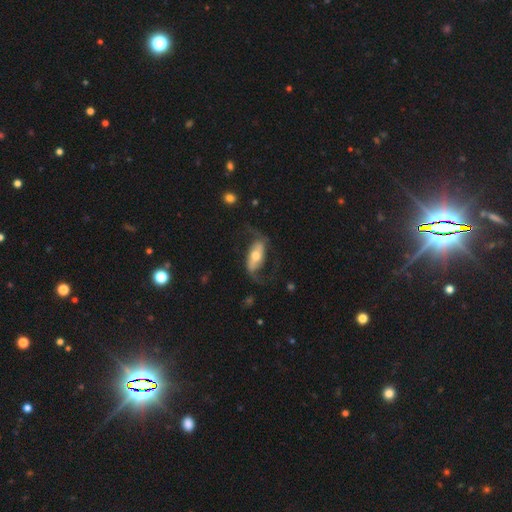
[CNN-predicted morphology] This appears to be a featured or disk galaxy (72%) with a strong bar (44%), 2 (90%) loose (70%) spiral arms (88%) and a moderate central bulge (62%). Merging: none (62%).